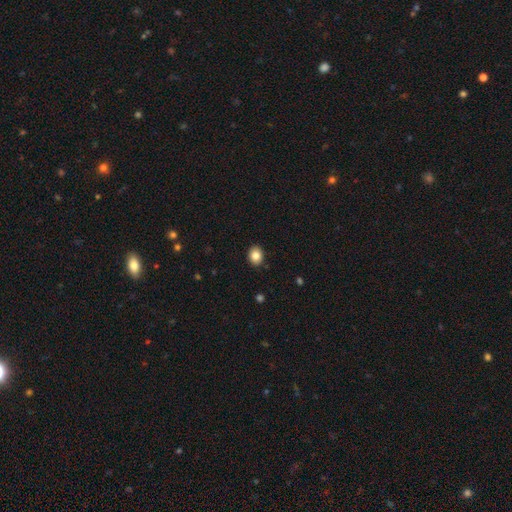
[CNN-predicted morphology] A smooth galaxy with no disk features (85%) that is round (51%).

Vote fractions:
- Smooth or featured? smooth: 85% / star or artifact: 9% / featured or disk: 6%
- How rounded? round: 51% / in between: 48% / cigar-shaped: 1%
- Merging? none: 90% / minor disturbance: 7% / major disturbance: 2% / merger: 1%